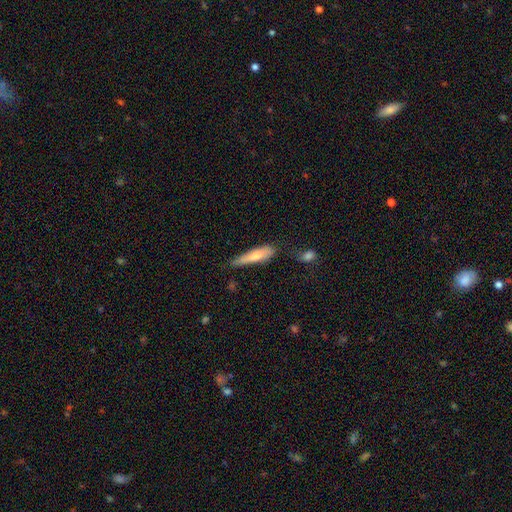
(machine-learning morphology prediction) This appears to be a smooth galaxy with no disk features (71%) that is cigar-shaped (75%). Merging: none (49%).